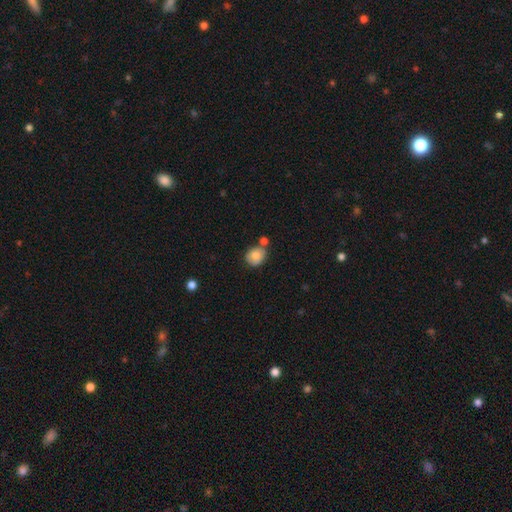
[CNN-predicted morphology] A smooth galaxy with no disk features (77%) that is round (74%). Merging: none (62%).